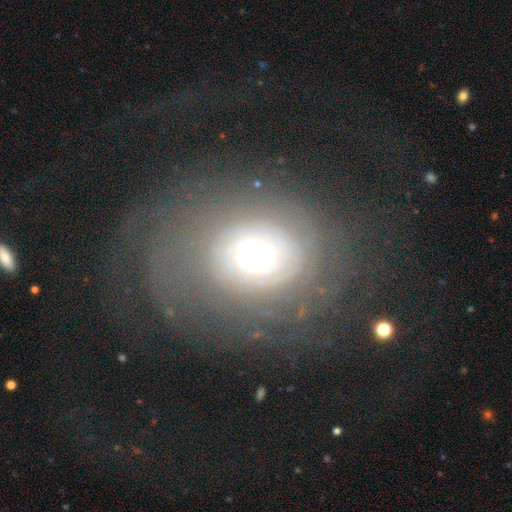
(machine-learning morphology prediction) Smooth or featured: featured or disk — 69% (smooth — 21%)
Edge-on disk: no — 96% (yes — 4%)
Bar: no — 82% (weak — 13%)
Spiral arms: yes — 75% (no — 25%)
Spiral winding: tight — 71% (medium — 19%)
Spiral arm count: can't tell — 48% (2 — 20%)
Bulge size: moderate — 60% (large — 24%)
Merging: none — 67% (minor disturbance — 16%)